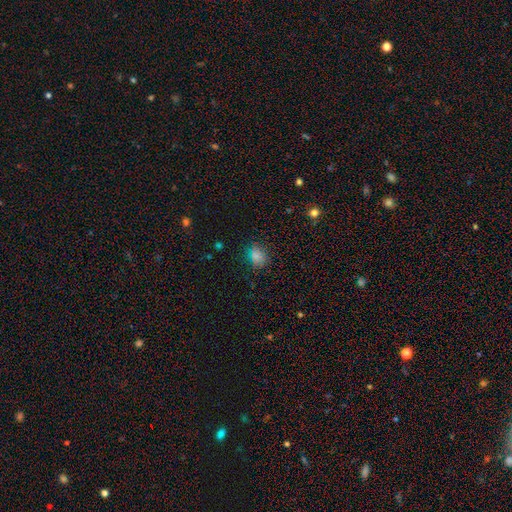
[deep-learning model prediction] Morphology: type=smooth (72%); roundness=in between (54%); merging=none (78%).